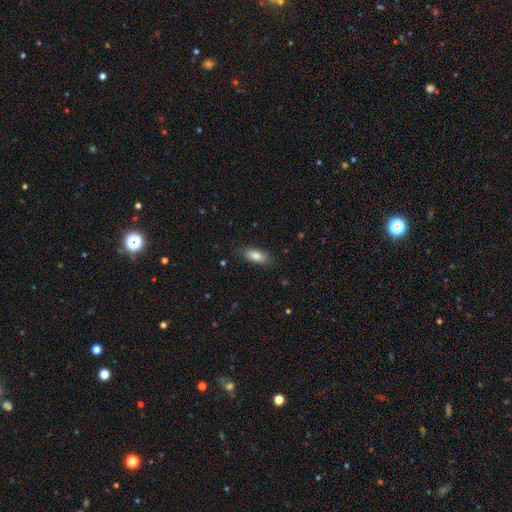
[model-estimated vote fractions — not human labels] smooth 83%, featured or disk 10%, star or artifact 7%. Down the decision tree: how rounded — in between (82%); merging — none (83%).